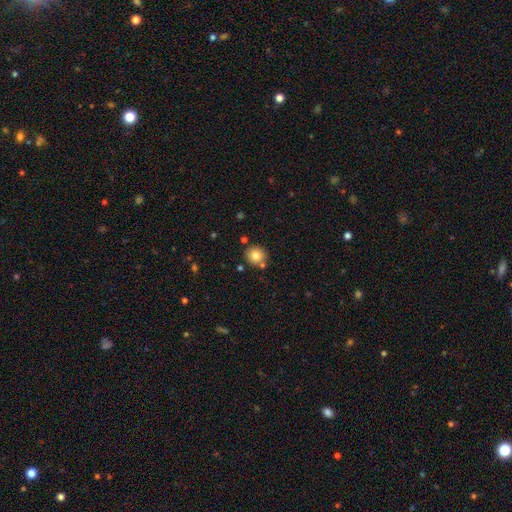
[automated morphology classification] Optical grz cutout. It shows a smooth galaxy with no disk features (80%) that is round (88%). Merging: none (79%).